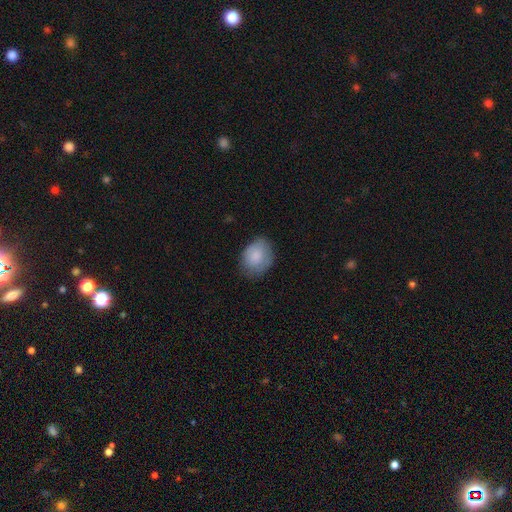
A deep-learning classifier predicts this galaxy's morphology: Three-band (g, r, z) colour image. It shows a smooth galaxy with no disk features (82%) that is in between round and cigar-shaped (61%). Merging: none (68%).